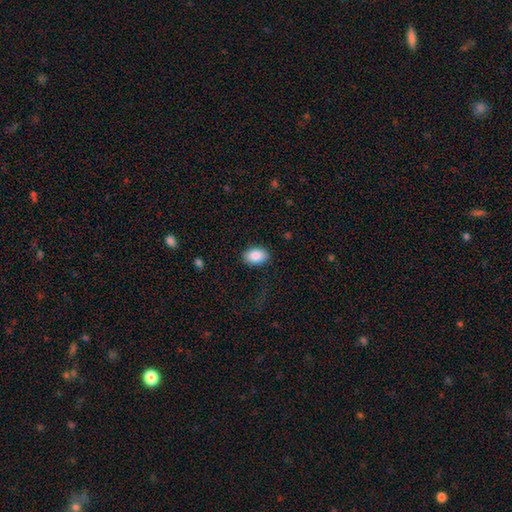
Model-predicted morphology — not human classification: Q: Smooth or featured?
A: smooth (88%); runner-up: star or artifact (7%)
Q: How rounded?
A: in between (88%); runner-up: round (11%)
Q: Merging?
A: none (86%); runner-up: minor disturbance (10%)